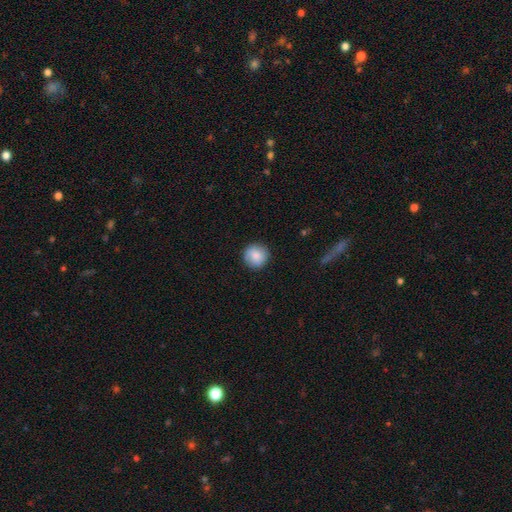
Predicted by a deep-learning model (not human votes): Smooth or featured: smooth — 83% (featured or disk — 9%)
How rounded: round — 94% (in between — 5%)
Merging: none — 89% (minor disturbance — 8%)